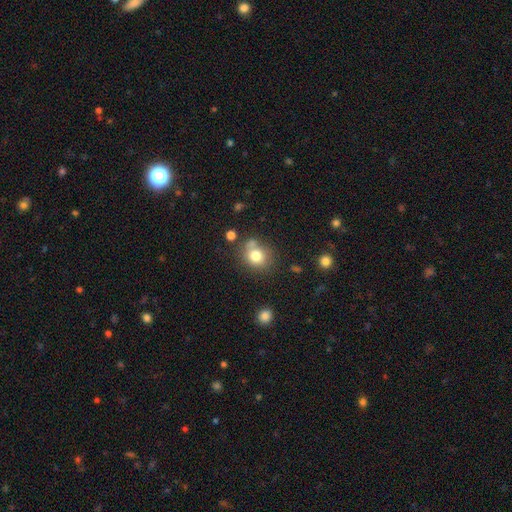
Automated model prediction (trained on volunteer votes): Q: Smooth or featured?
A: smooth (78%); runner-up: star or artifact (12%)
Q: How rounded?
A: round (73%); runner-up: in between (26%)
Q: Merging?
A: none (62%); runner-up: minor disturbance (16%)